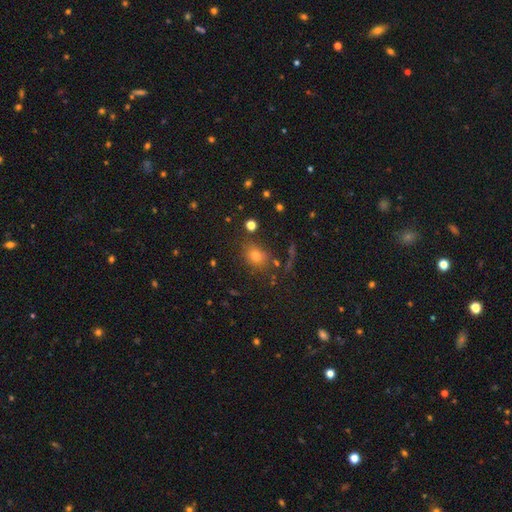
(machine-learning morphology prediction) A smooth galaxy with no disk features (69%) that is round (59%). Merging: none (78%).